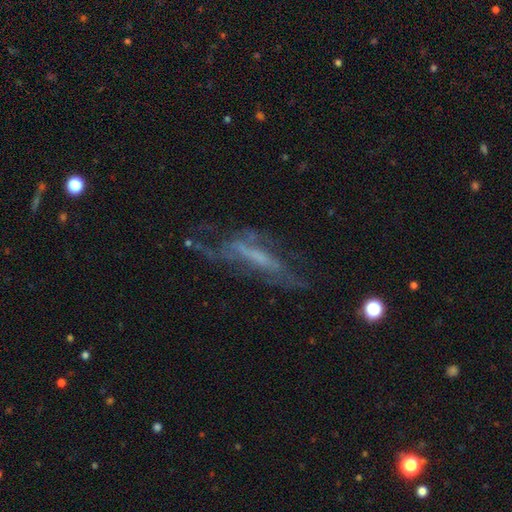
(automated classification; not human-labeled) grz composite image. It shows a featured or disk galaxy (66%). Merging: none (42%).